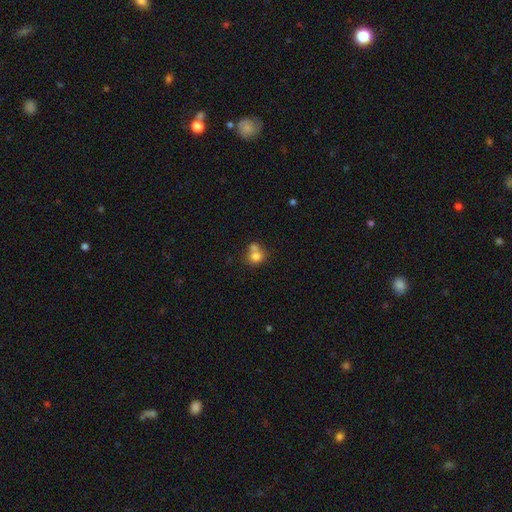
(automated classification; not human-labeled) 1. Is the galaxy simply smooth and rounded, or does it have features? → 76% smooth, 13% featured or disk, 11% star or artifact.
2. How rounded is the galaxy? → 77% round, 22% in between, 1% cigar-shaped.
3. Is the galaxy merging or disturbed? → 47% merger, 39% none, 9% minor disturbance, 4% major disturbance.